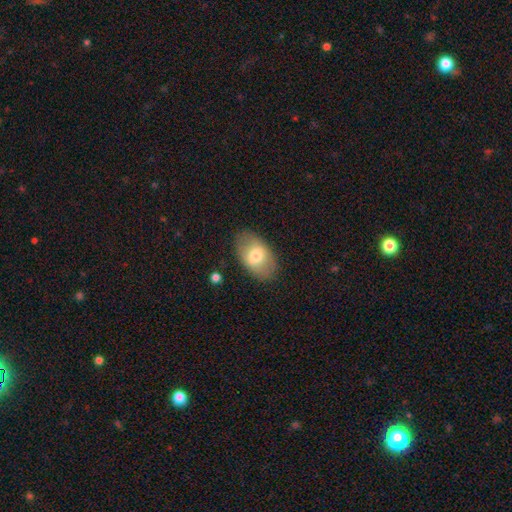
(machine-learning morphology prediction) This appears to be a smooth galaxy with no disk features (67%) that is in between round and cigar-shaped (90%). Merging: none (83%).